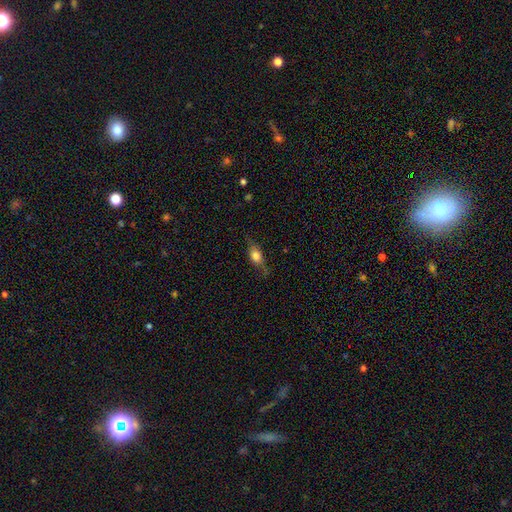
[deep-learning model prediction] Morphology: type=smooth (66%); roundness=in between (72%); merging=none (67%).